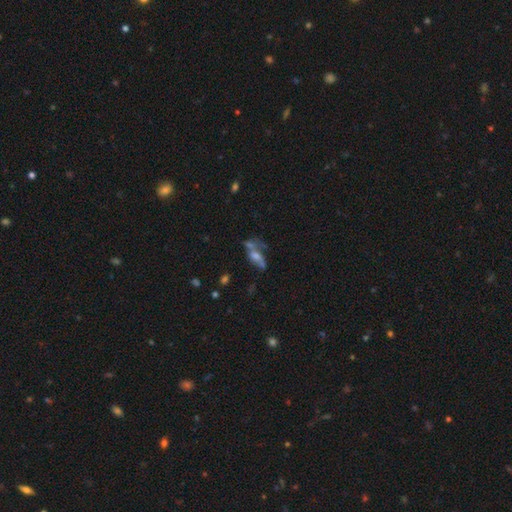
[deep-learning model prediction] Overall: featured or disk (48%; smooth 32%). Merging: merger (31%; none 30%).